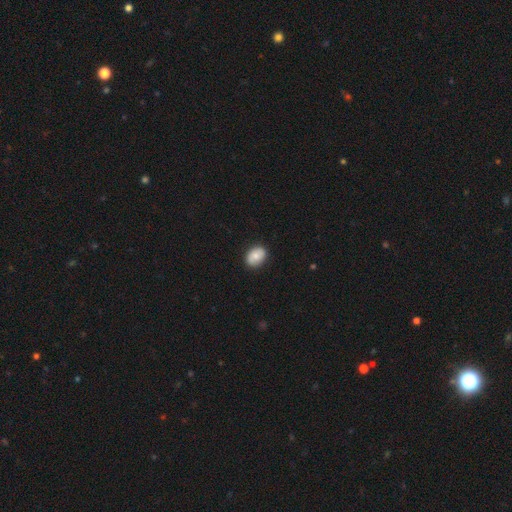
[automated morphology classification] This appears to be a smooth galaxy with no disk features (76%) that is in between round and cigar-shaped (70%). Merging: none (83%).